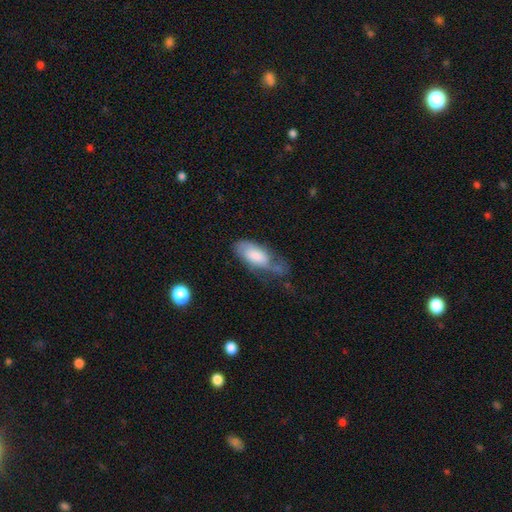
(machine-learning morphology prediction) smooth 64%, featured or disk 29%, star or artifact 7%. Down the decision tree: how rounded — in between (87%); merging — minor disturbance (33%).